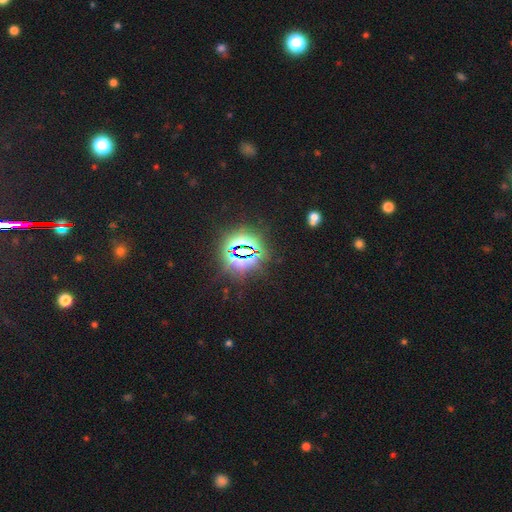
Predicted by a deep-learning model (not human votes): Smooth or featured?
  - star or artifact: 82% *
  - smooth: 11%
  - featured or disk: 7%